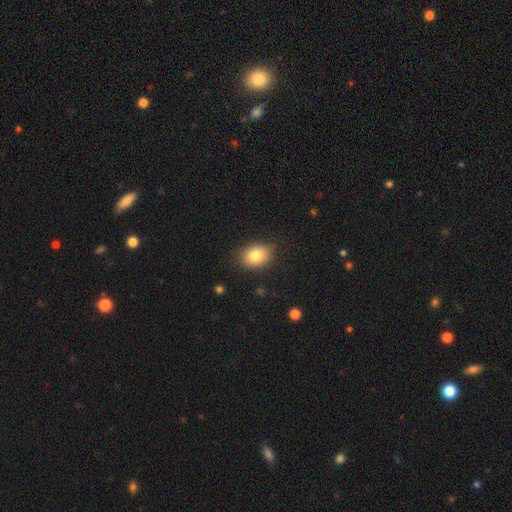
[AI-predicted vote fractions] A smooth galaxy with no disk features (82%) that is in between round and cigar-shaped (66%). Merging: none (81%).